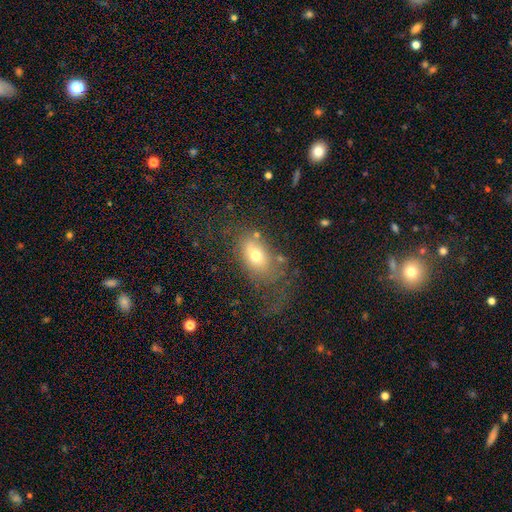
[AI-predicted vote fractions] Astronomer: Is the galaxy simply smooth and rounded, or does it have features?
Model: smooth — 67%.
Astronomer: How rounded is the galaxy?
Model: in between — 82%.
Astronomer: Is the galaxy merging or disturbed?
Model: none — 47% (runner-up: major disturbance, 28%).